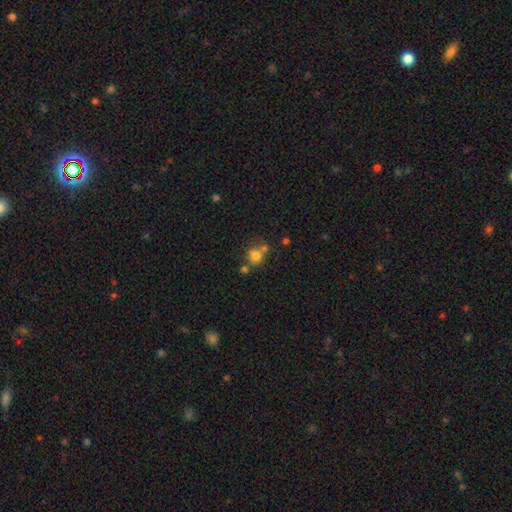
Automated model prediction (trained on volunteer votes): Smooth or featured? Predicted: smooth (p=0.76). How rounded? Predicted: round (p=0.76). Merging? Predicted: none (p=0.49).